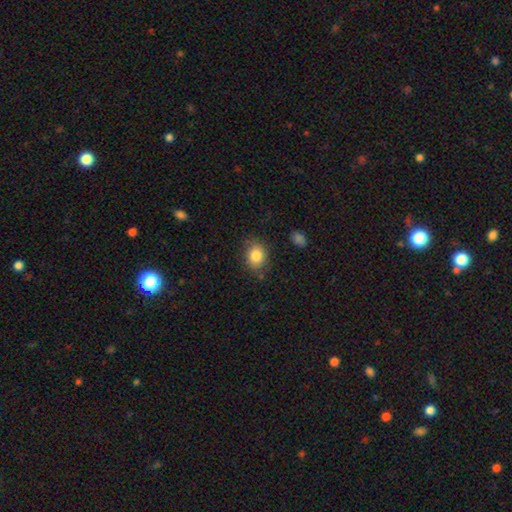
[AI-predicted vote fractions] A smooth galaxy with no disk features (83%) that is in between round and cigar-shaped (50%). Merging: none (79%).